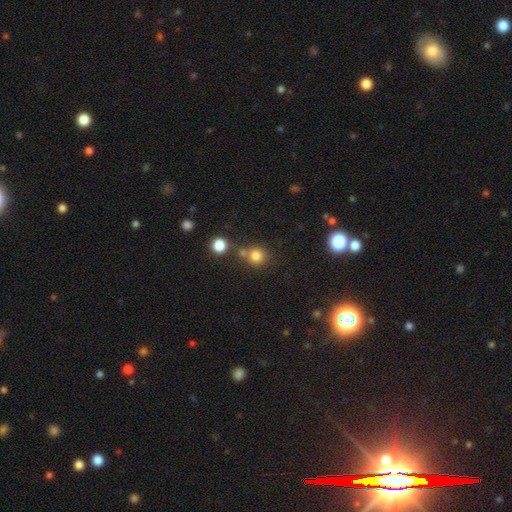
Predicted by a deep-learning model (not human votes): A smooth galaxy with no disk features (79%) that is round (91%).

Vote fractions:
- Smooth or featured? smooth: 79% / star or artifact: 14% / featured or disk: 7%
- How rounded? round: 91% / in between: 8% / cigar-shaped: 1%
- Merging? none: 64% / merger: 24% / minor disturbance: 9% / major disturbance: 3%